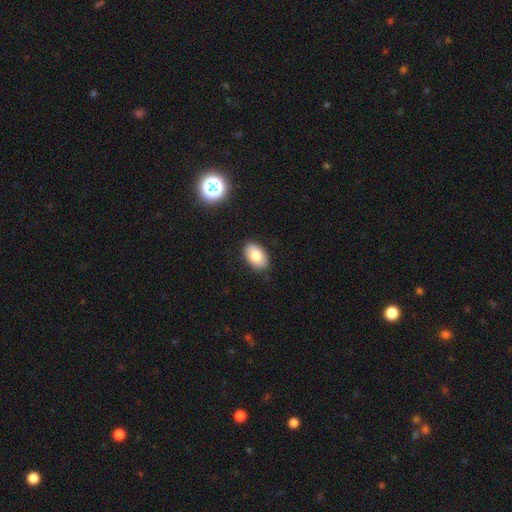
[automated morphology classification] This appears to be a smooth galaxy with no disk features (81%) that is in between round and cigar-shaped (92%). Merging: none (88%).